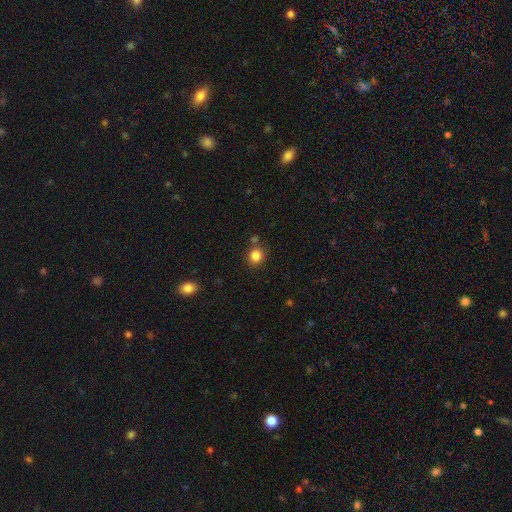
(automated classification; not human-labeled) A smooth galaxy with no disk features (84%) that is round (80%). Merging: none (78%).